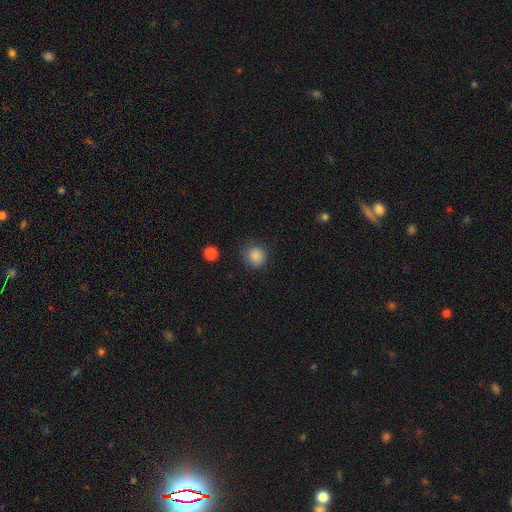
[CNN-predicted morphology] Smooth or featured? smooth (86%)
How rounded? round (89%)
Merging? none (82%)